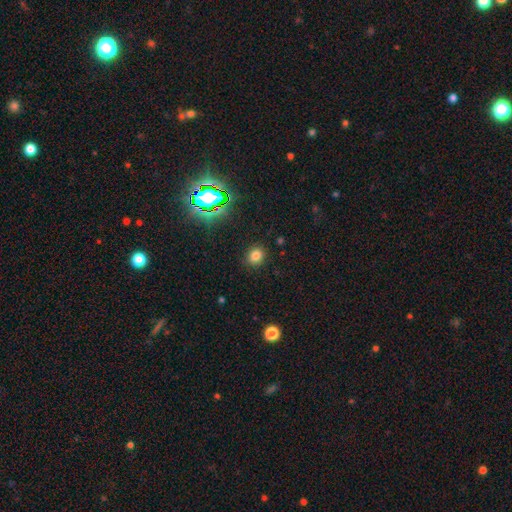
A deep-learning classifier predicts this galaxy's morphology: A smooth galaxy with no disk features (77%) that is round (69%).

Vote fractions:
- Smooth or featured? smooth: 77% / star or artifact: 17% / featured or disk: 6%
- How rounded? round: 69% / in between: 30% / cigar-shaped: 1%
- Merging? none: 88% / minor disturbance: 8% / major disturbance: 3% / merger: 1%